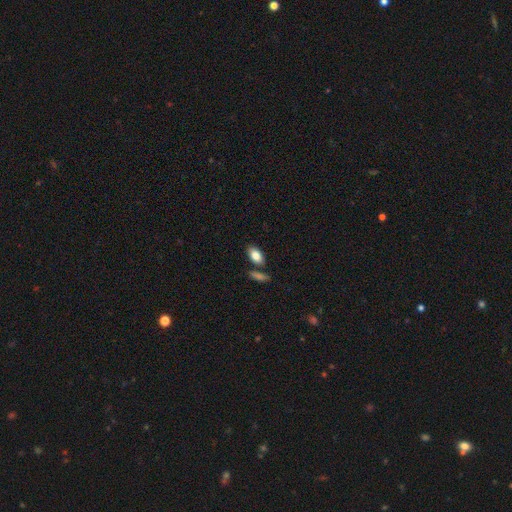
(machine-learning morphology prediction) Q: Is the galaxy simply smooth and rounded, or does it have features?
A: smooth — 84%.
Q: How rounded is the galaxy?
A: in between — 91%.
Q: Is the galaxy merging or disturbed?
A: none — 72%.